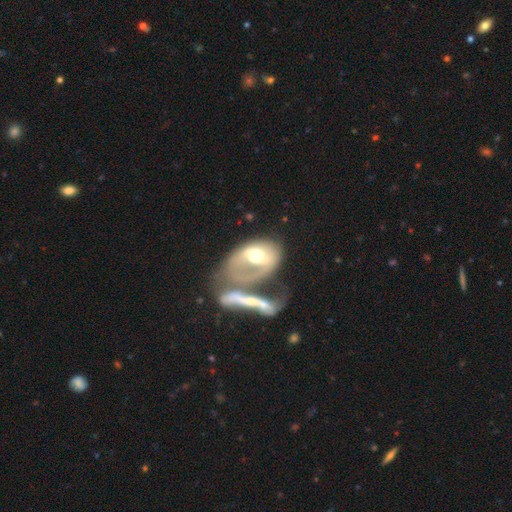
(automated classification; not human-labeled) This is possibly a featured or disk galaxy (54%). It is clearly not viewed edge-on (91%). Merging: possibly merger (47%).